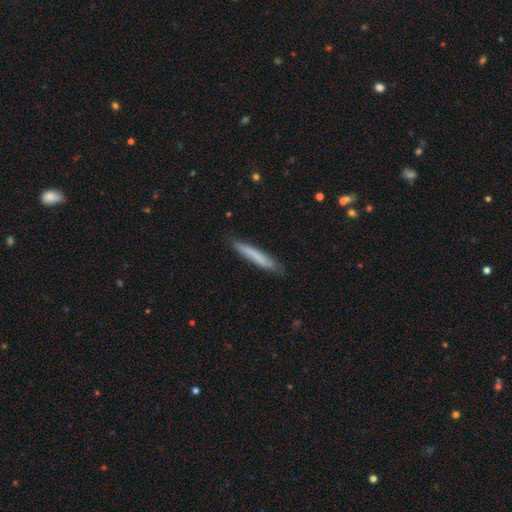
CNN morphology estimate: This appears to be a smooth galaxy with no disk features (74%) that is cigar-shaped (94%). Merging: none (84%).